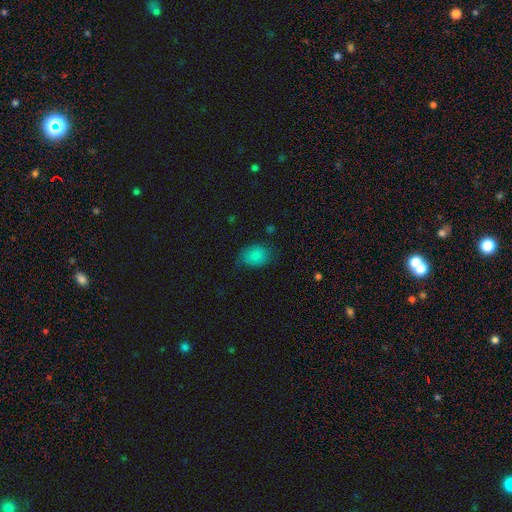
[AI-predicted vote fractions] smooth-or-featured: smooth: 84% | star or artifact: 10% | featured or disk: 7%
  how-rounded: in between: 70% | round: 28% | cigar-shaped: 1%
  merging: none: 68% | minor disturbance: 24% | major disturbance: 6% | merger: 1%